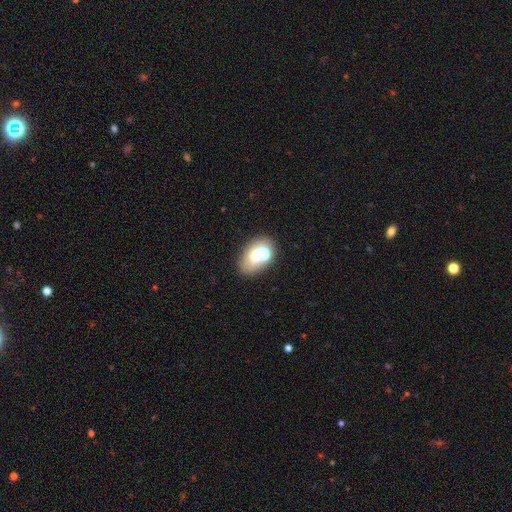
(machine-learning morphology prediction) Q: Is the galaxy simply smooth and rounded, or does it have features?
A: smooth — 59%.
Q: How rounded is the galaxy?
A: in between — 71%.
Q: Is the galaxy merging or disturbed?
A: none — 54%.